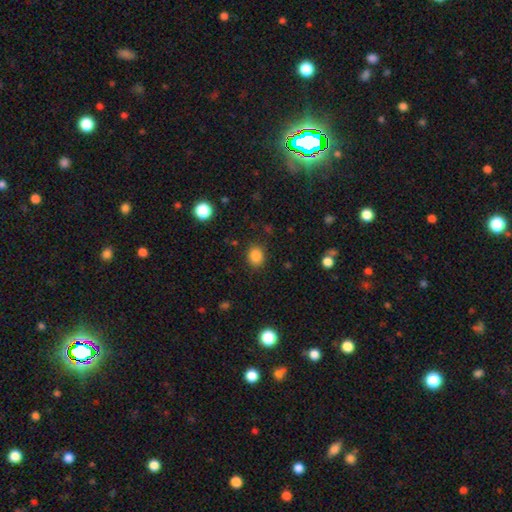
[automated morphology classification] Smooth or featured: smooth — 85% (star or artifact — 11%)
How rounded: round — 57% (in between — 42%)
Merging: none — 86% (minor disturbance — 9%)